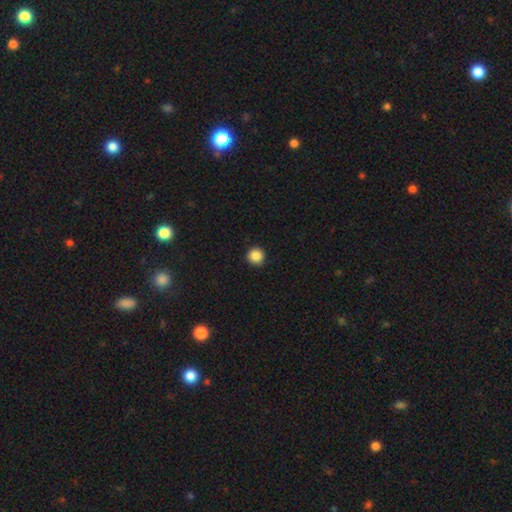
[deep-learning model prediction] Smooth or featured?
  - smooth: 86% *
  - star or artifact: 10%
  - featured or disk: 3%
How rounded?
  - round: 96% *
  - in between: 3%
  - cigar-shaped: 1%
Merging?
  - none: 91% *
  - minor disturbance: 6%
  - major disturbance: 2%
  - merger: 1%